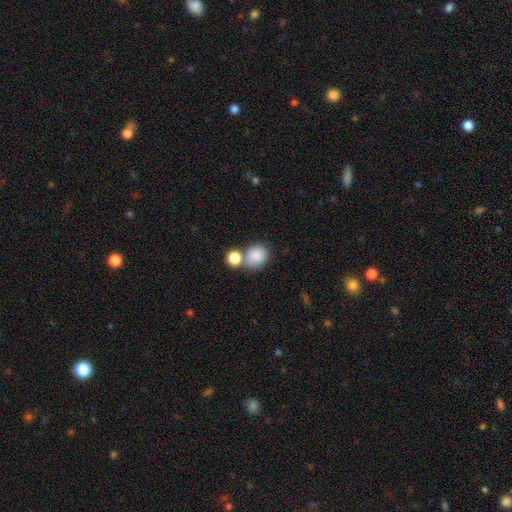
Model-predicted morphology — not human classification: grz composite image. It shows a smooth galaxy with no disk features (85%) that is round (71%). Merging: none (52%).